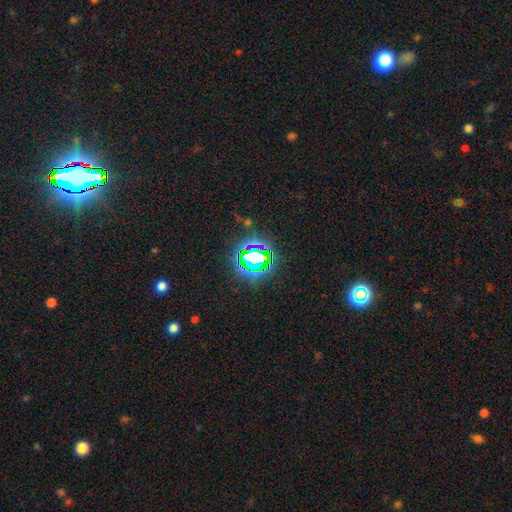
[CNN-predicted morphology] Smooth or featured? star or artifact (69%)